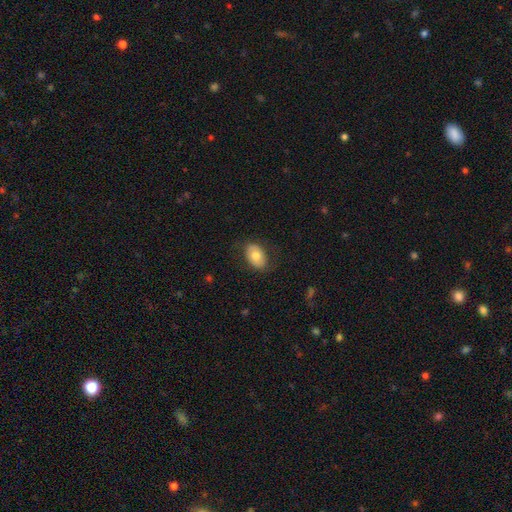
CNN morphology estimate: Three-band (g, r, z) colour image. It shows a smooth galaxy with no disk features (72%) that is in between round and cigar-shaped (85%). Merging: none (77%).